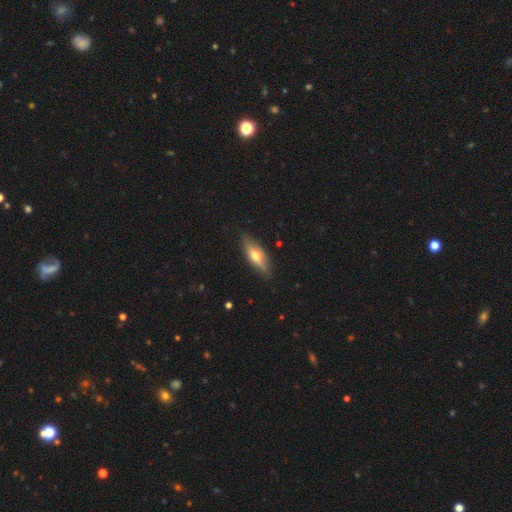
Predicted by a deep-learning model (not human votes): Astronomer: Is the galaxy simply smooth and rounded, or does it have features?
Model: featured or disk — 51% (runner-up: smooth, 42%).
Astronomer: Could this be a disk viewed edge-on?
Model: yes — 88%.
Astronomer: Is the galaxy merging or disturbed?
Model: none — 84%.